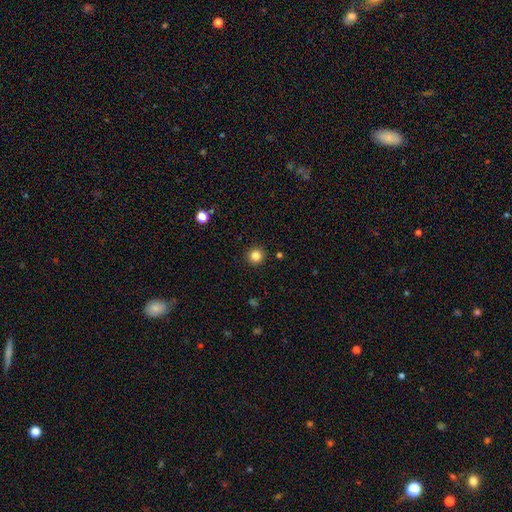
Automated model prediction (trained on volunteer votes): Morphology: type=smooth (83%); roundness=round (95%); merging=none (92%).